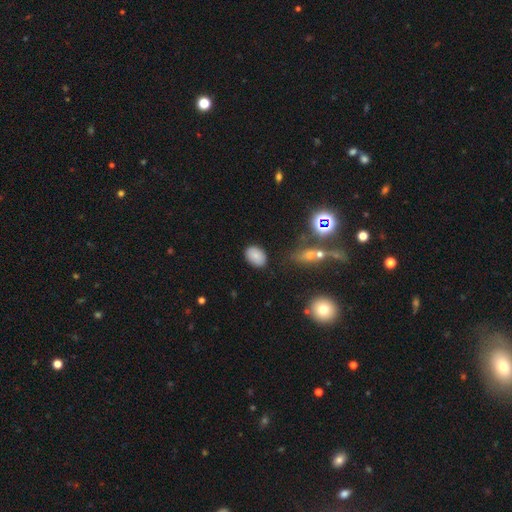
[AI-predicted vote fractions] Smooth or featured? smooth (81%)
How rounded? in between (82%)
Merging? none (84%)